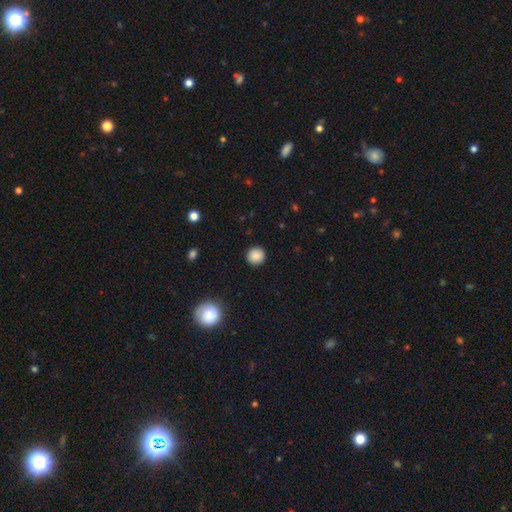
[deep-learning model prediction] smooth-or-featured: smooth: 88% | star or artifact: 9% | featured or disk: 3%
  how-rounded: round: 92% | in between: 7% | cigar-shaped: 1%
  merging: none: 91% | minor disturbance: 6% | major disturbance: 2% | merger: 1%